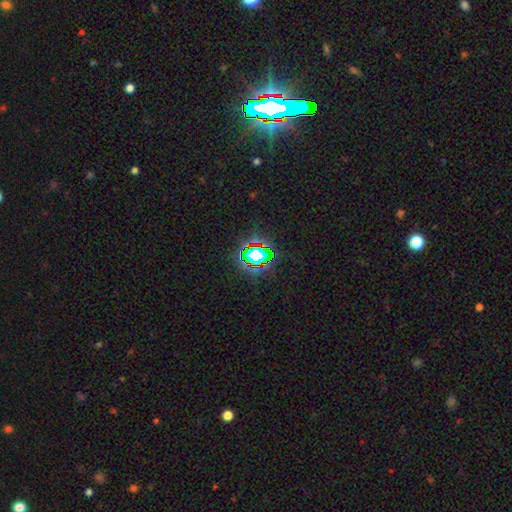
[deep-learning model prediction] This appears to be a star or artifact, not a galaxy (70%).